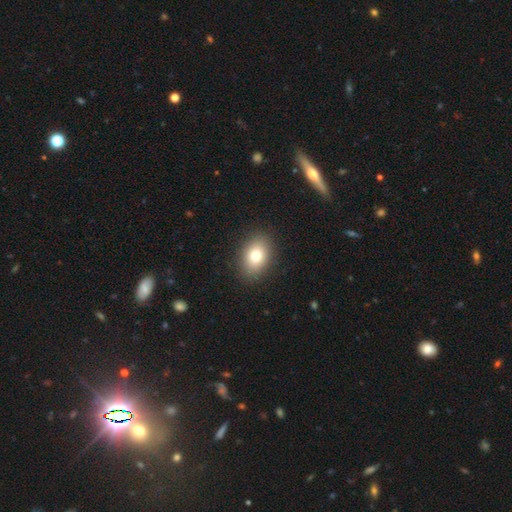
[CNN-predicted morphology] Smooth or featured: smooth — 79% (featured or disk — 11%)
How rounded: in between — 75% (round — 24%)
Merging: none — 89% (minor disturbance — 8%)